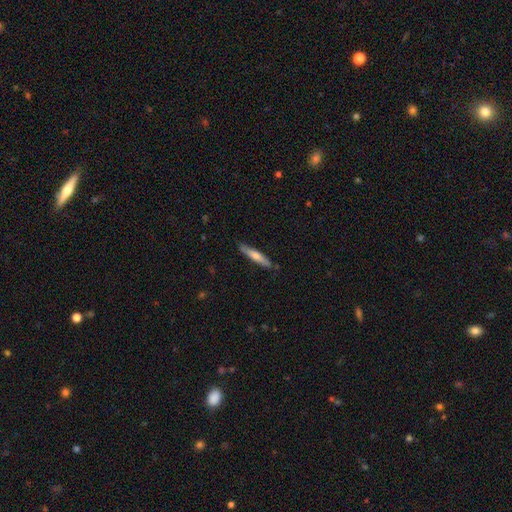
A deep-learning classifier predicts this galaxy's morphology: Q: Smooth or featured?
A: smooth (52%); runner-up: featured or disk (42%)
Q: How rounded?
A: cigar-shaped (92%); runner-up: in between (7%)
Q: Merging?
A: none (87%); runner-up: minor disturbance (10%)